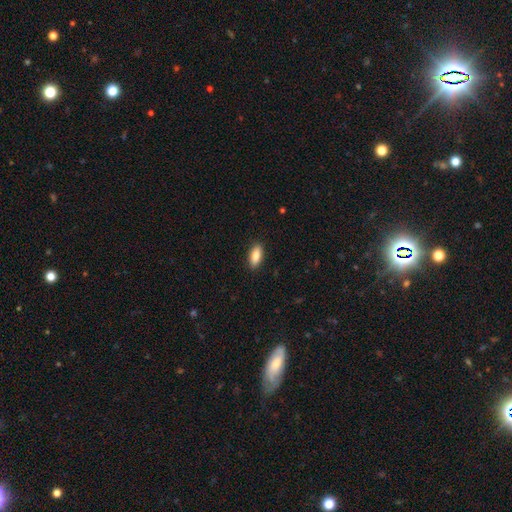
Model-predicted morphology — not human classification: Smooth or featured? smooth (85%)
How rounded? in between (83%)
Merging? none (90%)